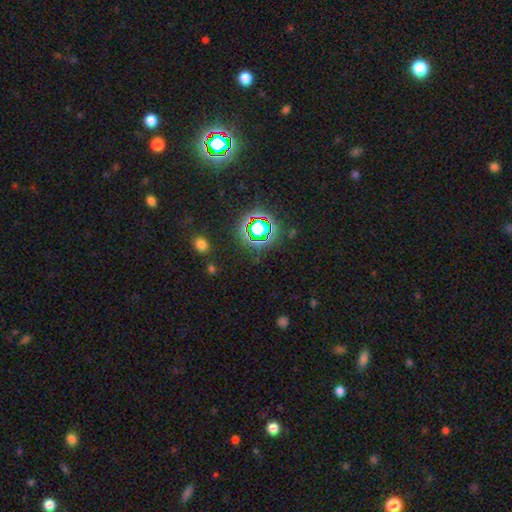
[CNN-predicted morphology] The model was most divided on "smooth or featured": star or artifact: 74%, smooth: 18%, featured or disk: 8%.